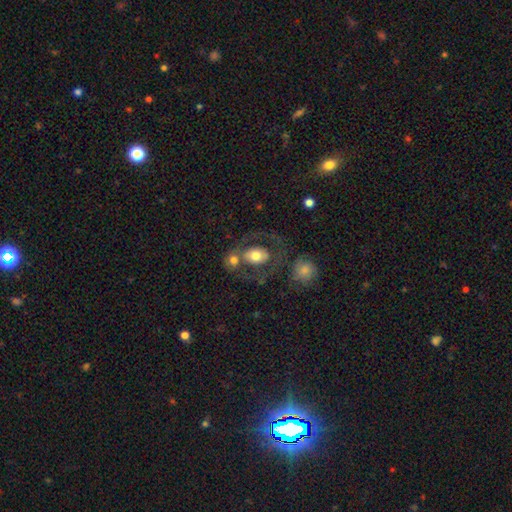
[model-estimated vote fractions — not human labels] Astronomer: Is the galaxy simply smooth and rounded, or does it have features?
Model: smooth — 53% (runner-up: featured or disk, 39%).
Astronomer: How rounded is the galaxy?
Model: in between — 66%.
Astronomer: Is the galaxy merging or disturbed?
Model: none — 51%.